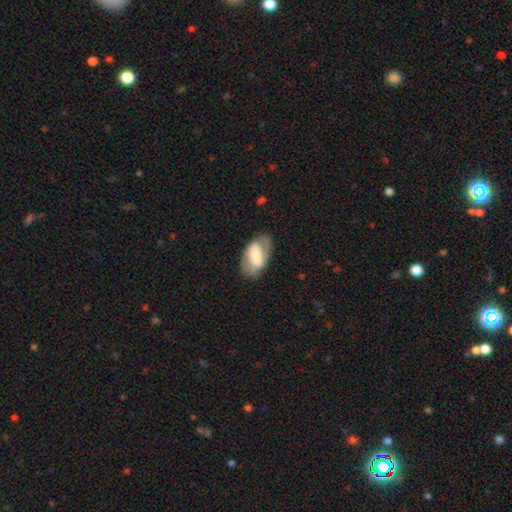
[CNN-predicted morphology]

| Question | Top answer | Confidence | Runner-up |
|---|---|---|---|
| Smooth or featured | smooth | 52% | featured or disk (41%) |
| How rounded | in between | 93% | round (5%) |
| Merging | none | 64% | minor disturbance (24%) |